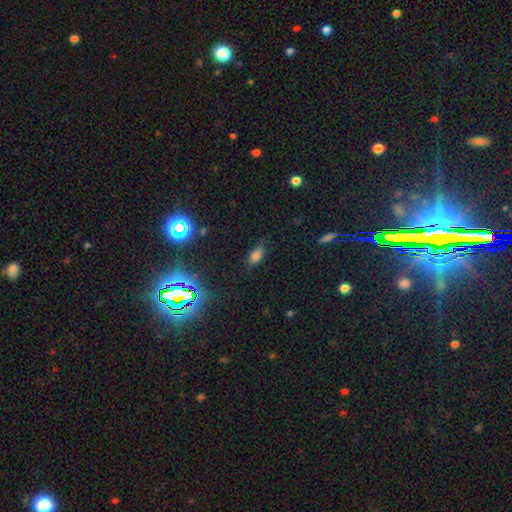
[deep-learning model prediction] smooth 70%, star or artifact 22%, featured or disk 8%. Down the decision tree: how rounded — in between (85%); merging — none (75%).